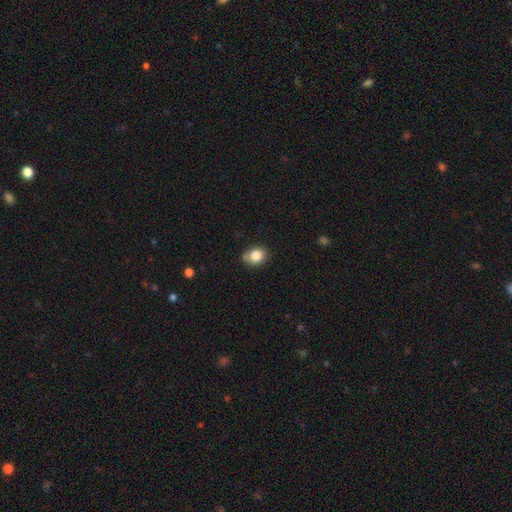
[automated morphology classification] smooth 83%, star or artifact 10%, featured or disk 7%. Down the decision tree: how rounded — round (52%); merging — none (76%).